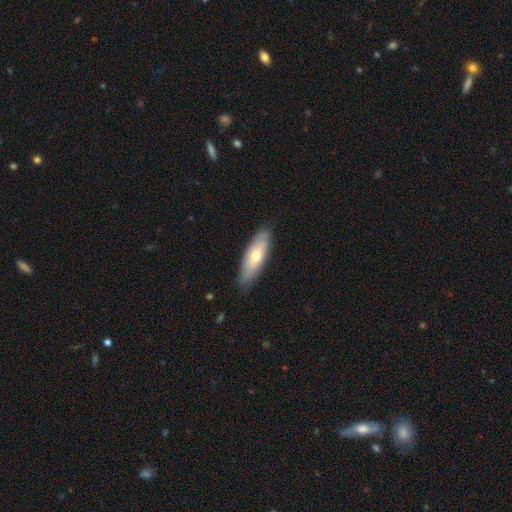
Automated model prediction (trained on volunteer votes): smooth 58%, featured or disk 36%, star or artifact 6%. Down the decision tree: how rounded — in between (60%); merging — none (83%).